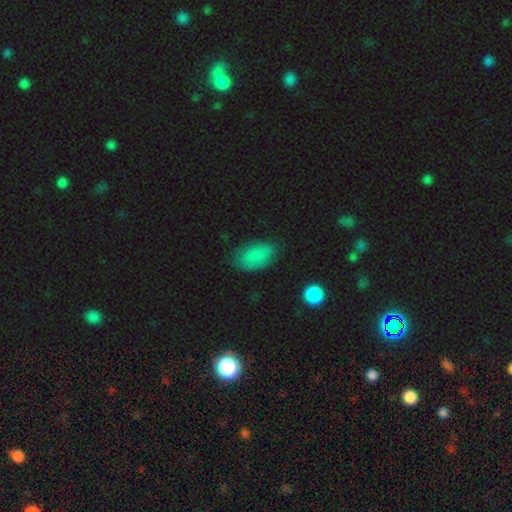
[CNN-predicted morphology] A smooth galaxy with no disk features (81%) that is in between round and cigar-shaped (92%). Merging: none (75%).